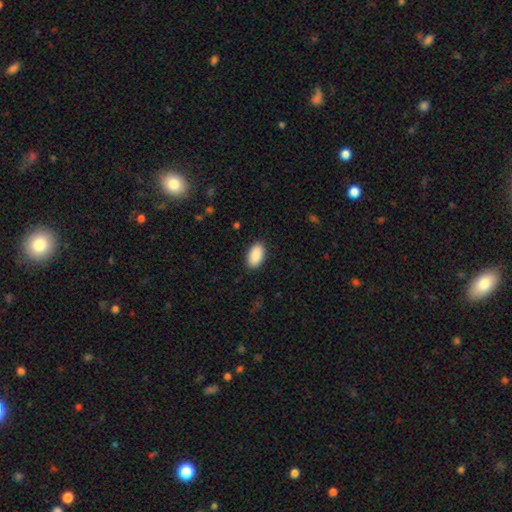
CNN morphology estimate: A smooth galaxy with no disk features (91%) that is in between round and cigar-shaped (95%).

Vote fractions:
- Smooth or featured? smooth: 91% / star or artifact: 6% / featured or disk: 3%
- How rounded? in between: 95% / round: 3% / cigar-shaped: 2%
- Merging? none: 89% / minor disturbance: 8% / major disturbance: 2% / merger: 1%